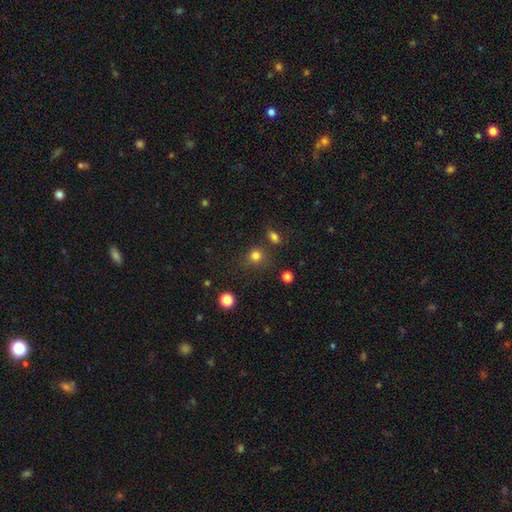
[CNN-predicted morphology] Smooth or featured? Predicted: smooth (p=0.79). How rounded? Predicted: round (p=0.86). Merging? Predicted: none (p=0.75).